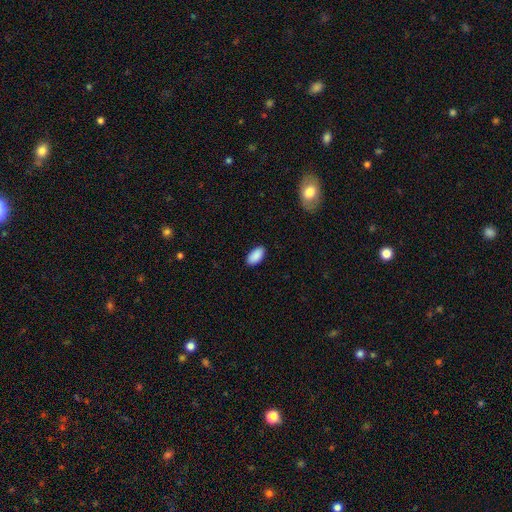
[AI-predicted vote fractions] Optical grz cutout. It shows a smooth galaxy with no disk features (91%) that is in between round and cigar-shaped (95%). Merging: none (88%).